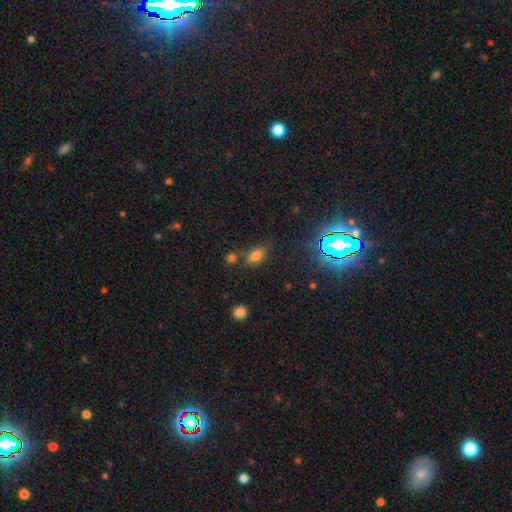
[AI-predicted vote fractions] smooth-or-featured: smooth: 62% | star or artifact: 22% | featured or disk: 16%
  how-rounded: in between: 79% | round: 12% | cigar-shaped: 9%
  merging: none: 67% | minor disturbance: 16% | merger: 11% | major disturbance: 6%